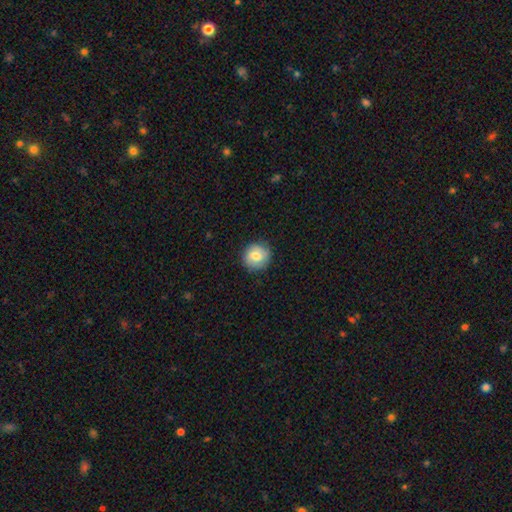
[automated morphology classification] A smooth galaxy with no disk features (69%) that is round (89%).

Vote fractions:
- Smooth or featured? smooth: 69% / featured or disk: 23% / star or artifact: 8%
- How rounded? round: 89% / in between: 10% / cigar-shaped: 1%
- Merging? none: 83% / minor disturbance: 12% / major disturbance: 3% / merger: 1%